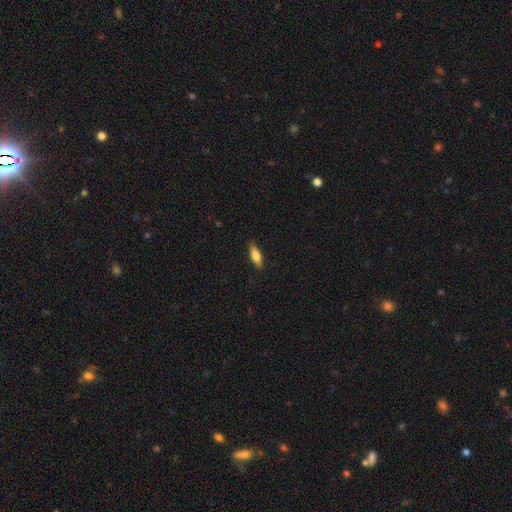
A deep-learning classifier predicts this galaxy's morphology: smooth 69%, featured or disk 25%, star or artifact 6%. Down the decision tree: how rounded — in between (53%); merging — none (88%).